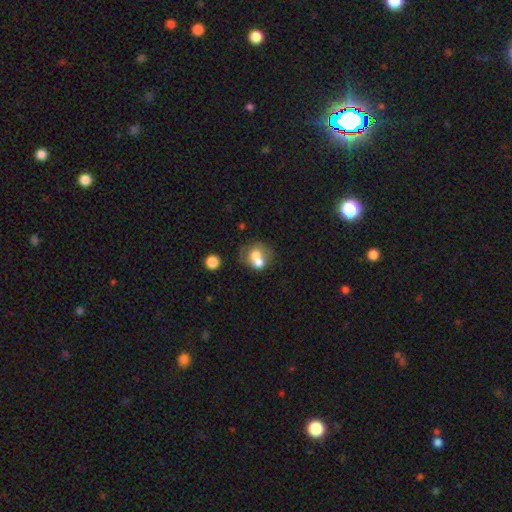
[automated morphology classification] smooth 65%, featured or disk 25%, star or artifact 10%. Down the decision tree: how rounded — round (58%); merging — merger (61%).